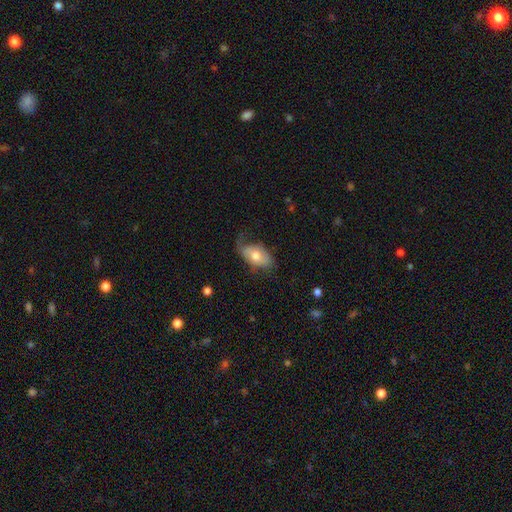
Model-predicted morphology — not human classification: Q: Smooth or featured?
A: smooth (60%); runner-up: featured or disk (33%)
Q: How rounded?
A: in between (91%); runner-up: round (7%)
Q: Merging?
A: none (42%); runner-up: minor disturbance (33%)